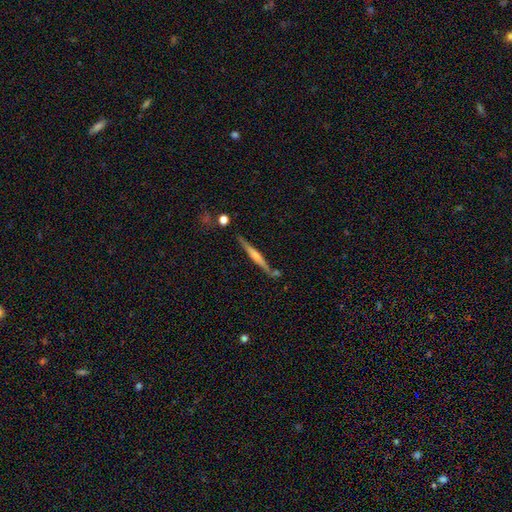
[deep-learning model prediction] Smooth or featured? featured or disk (55%)
Edge-on disk? yes (95%)
Edge-on bulge? rounded (47%)
Merging? none (75%)